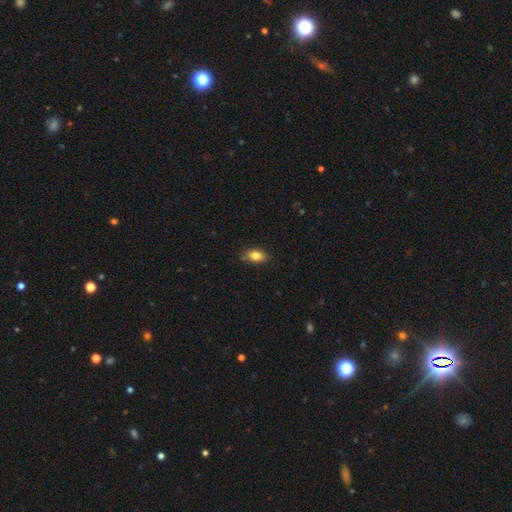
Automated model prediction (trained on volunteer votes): The model was most divided on "merging": none: 82%, minor disturbance: 13%, major disturbance: 2%, merger: 2%. More confident: how rounded — in between (86%); smooth or featured — smooth (84%).